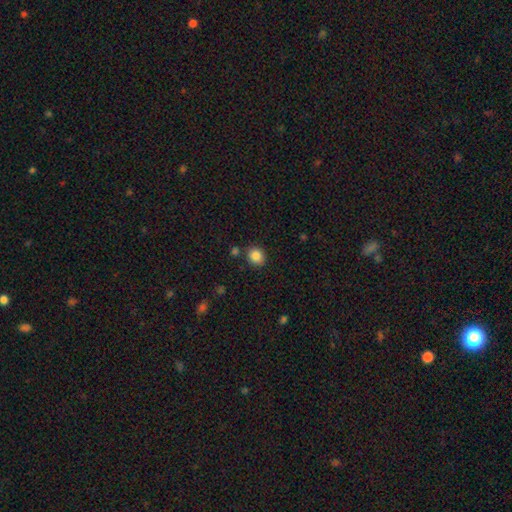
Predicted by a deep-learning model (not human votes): Q: Smooth or featured?
A: smooth (86%); runner-up: star or artifact (10%)
Q: How rounded?
A: round (73%); runner-up: in between (27%)
Q: Merging?
A: none (83%); runner-up: minor disturbance (10%)